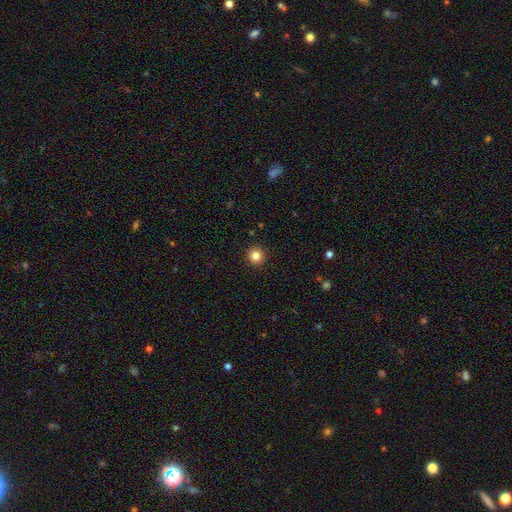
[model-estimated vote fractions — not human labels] A smooth galaxy with no disk features (84%) that is round (95%).

Vote fractions:
- Smooth or featured? smooth: 84% / star or artifact: 11% / featured or disk: 5%
- How rounded? round: 95% / in between: 4% / cigar-shaped: 1%
- Merging? none: 93% / minor disturbance: 4% / major disturbance: 2% / merger: 1%